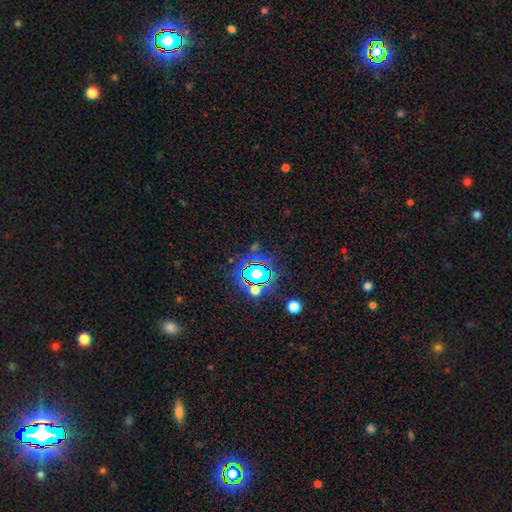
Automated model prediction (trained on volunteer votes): smooth_or_featured: star or artifact (p=0.80) [alt: smooth p=0.12]